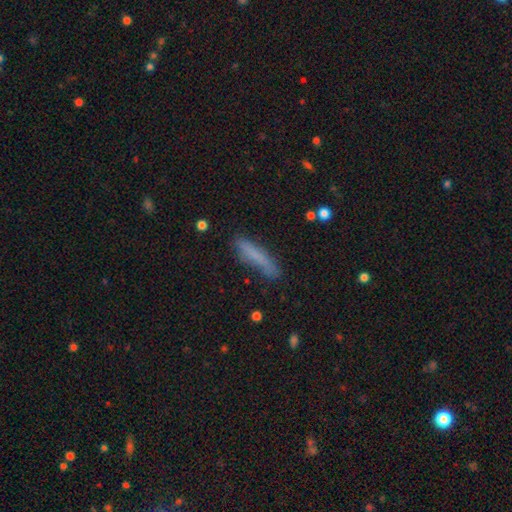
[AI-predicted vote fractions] Smooth or featured?
  - smooth: 74% *
  - featured or disk: 18%
  - star or artifact: 8%
How rounded?
  - cigar-shaped: 89% *
  - in between: 9%
  - round: 1%
Merging?
  - none: 77% *
  - minor disturbance: 17%
  - major disturbance: 4%
  - merger: 2%